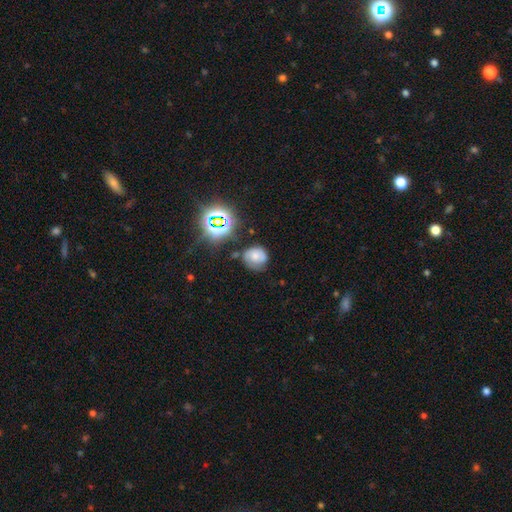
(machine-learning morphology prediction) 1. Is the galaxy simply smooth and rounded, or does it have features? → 53% smooth, 29% featured or disk, 18% star or artifact.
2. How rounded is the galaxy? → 77% round, 22% in between, 1% cigar-shaped.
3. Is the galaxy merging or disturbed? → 55% none, 28% minor disturbance, 10% major disturbance, 6% merger.